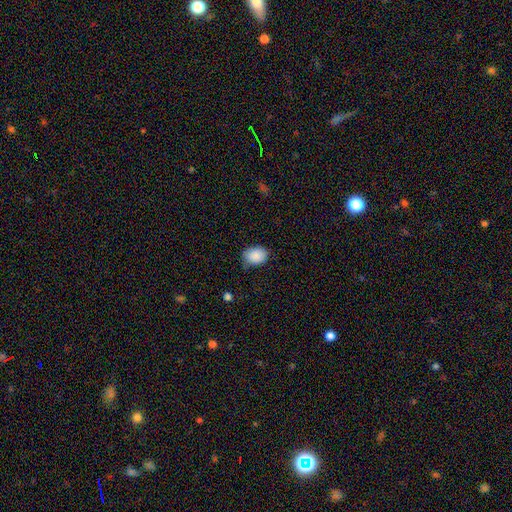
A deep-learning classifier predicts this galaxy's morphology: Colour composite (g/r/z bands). It shows a smooth galaxy with no disk features (89%) that is in between round and cigar-shaped (68%). Merging: none (74%).